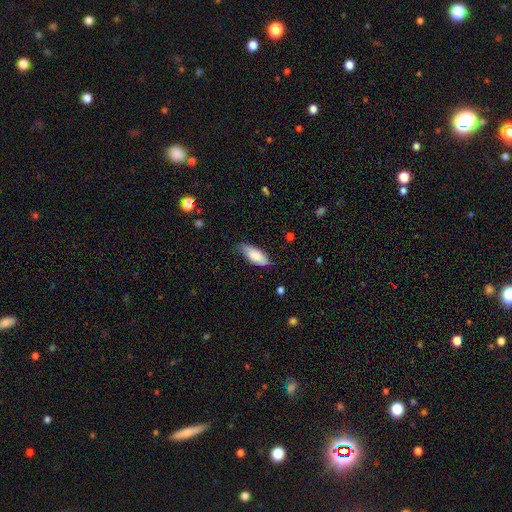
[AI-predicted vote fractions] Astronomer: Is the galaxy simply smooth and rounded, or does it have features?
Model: smooth — 83%.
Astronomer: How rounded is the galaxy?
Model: in between — 86%.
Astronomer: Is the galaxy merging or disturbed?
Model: none — 59%.